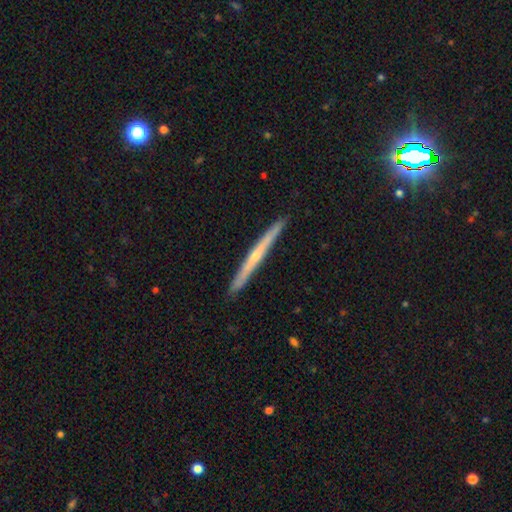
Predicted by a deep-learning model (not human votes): This is likely a featured or disk galaxy (68%). It is clearly viewed edge-on (98%). Edge-on bulge: possibly rounded (56%). Merging: clearly none (92%).